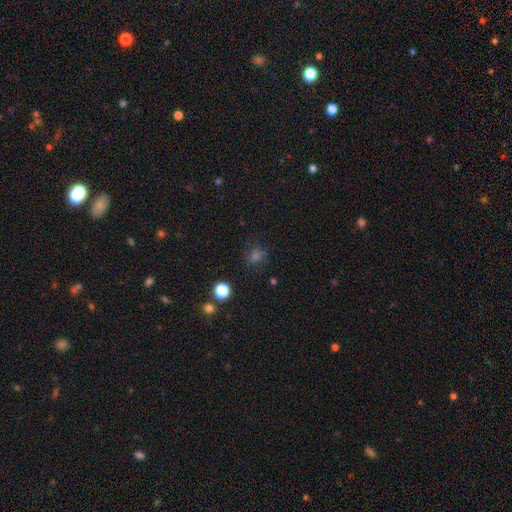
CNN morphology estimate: smooth-or-featured: smooth: 63% | star or artifact: 30% | featured or disk: 7%
  how-rounded: round: 71% | in between: 28% | cigar-shaped: 1%
  merging: none: 77% | minor disturbance: 14% | major disturbance: 6% | merger: 3%